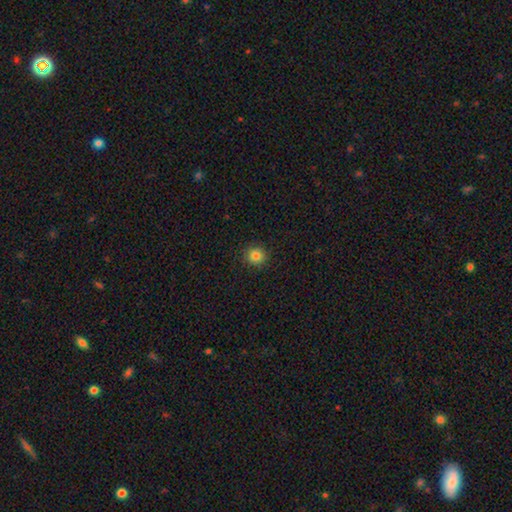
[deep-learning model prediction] The model was most divided on "smooth or featured": smooth: 82%, star or artifact: 12%, featured or disk: 6%. More confident: how rounded — round (91%); merging — none (90%).